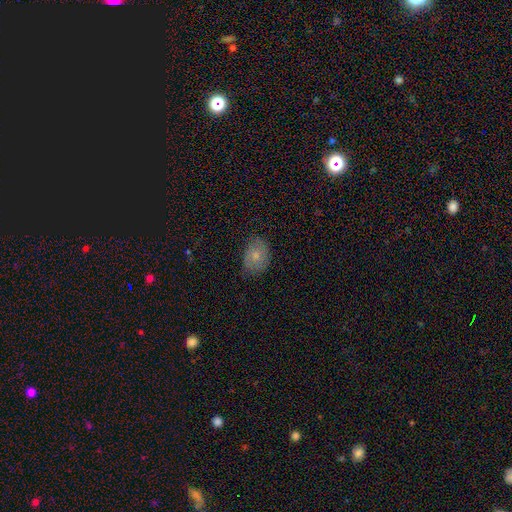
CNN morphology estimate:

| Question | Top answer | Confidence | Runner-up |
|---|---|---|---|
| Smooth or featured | smooth | 69% | featured or disk (22%) |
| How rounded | in between | 62% | round (36%) |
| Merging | none | 73% | minor disturbance (22%) |